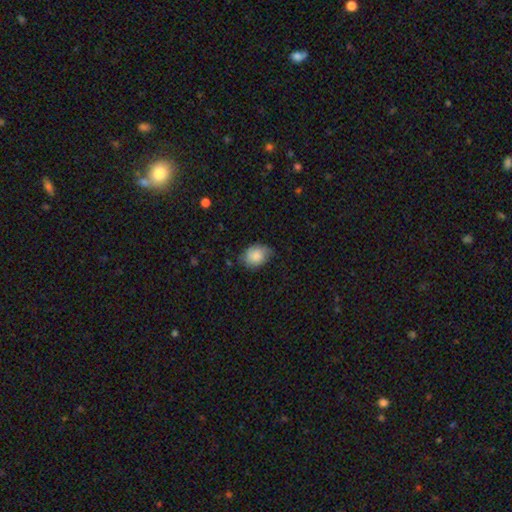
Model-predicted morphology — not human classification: Q: Smooth or featured?
A: smooth (82%); runner-up: featured or disk (11%)
Q: How rounded?
A: in between (61%); runner-up: round (38%)
Q: Merging?
A: none (63%); runner-up: minor disturbance (30%)